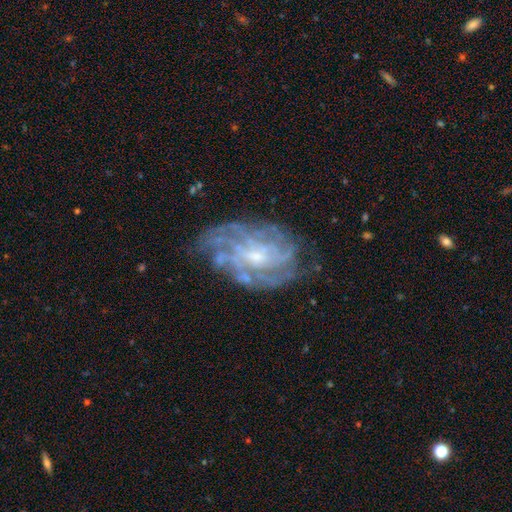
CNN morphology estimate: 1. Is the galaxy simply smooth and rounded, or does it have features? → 84% featured or disk, 8% smooth, 7% star or artifact.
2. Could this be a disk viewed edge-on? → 97% no, 3% yes.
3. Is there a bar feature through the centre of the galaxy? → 60% no, 33% weak, 7% strong.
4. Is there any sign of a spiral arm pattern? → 90% yes, 10% no.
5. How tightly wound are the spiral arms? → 61% tight, 30% medium, 9% loose.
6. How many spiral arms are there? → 40% can't tell, 20% 4, 15% more than 4, 11% 3, 8% 2, 6% 1.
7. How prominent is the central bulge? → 62% small, 28% moderate, 7% none, 2% large, 1% dominant.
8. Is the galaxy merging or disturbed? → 66% none, 20% minor disturbance, 11% major disturbance, 2% merger.